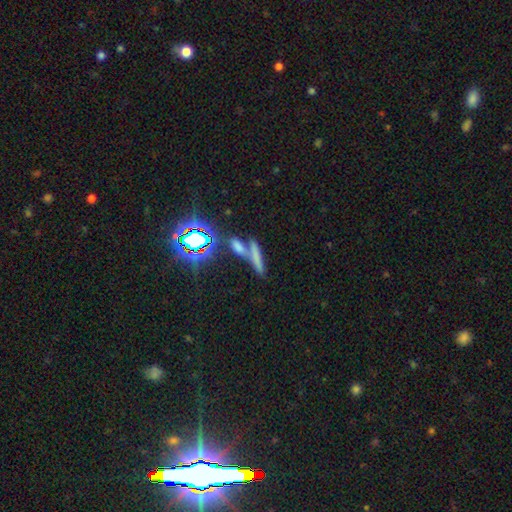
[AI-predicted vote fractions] Smooth or featured? smooth (58%)
How rounded? cigar-shaped (74%)
Merging? none (45%)